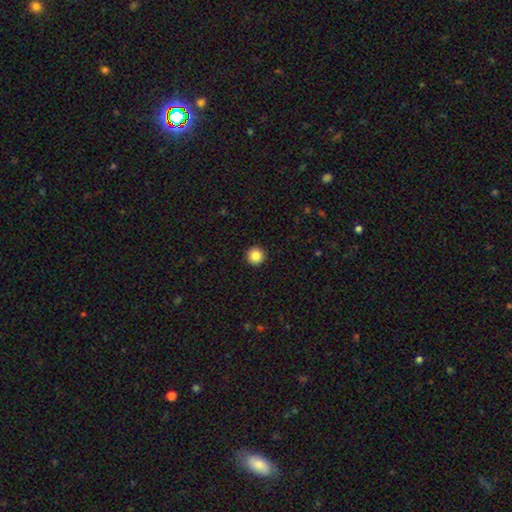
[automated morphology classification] A smooth galaxy with no disk features (86%) that is round (96%).

Vote fractions:
- Smooth or featured? smooth: 86% / star or artifact: 10% / featured or disk: 4%
- How rounded? round: 96% / in between: 3% / cigar-shaped: 1%
- Merging? none: 94% / minor disturbance: 4% / major disturbance: 1% / merger: 1%